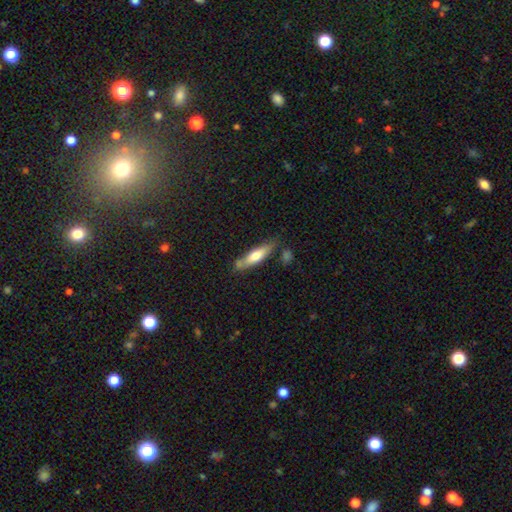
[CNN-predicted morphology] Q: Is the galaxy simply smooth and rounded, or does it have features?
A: smooth — 60%.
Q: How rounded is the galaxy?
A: cigar-shaped — 70%.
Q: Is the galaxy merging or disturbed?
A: none — 66%.